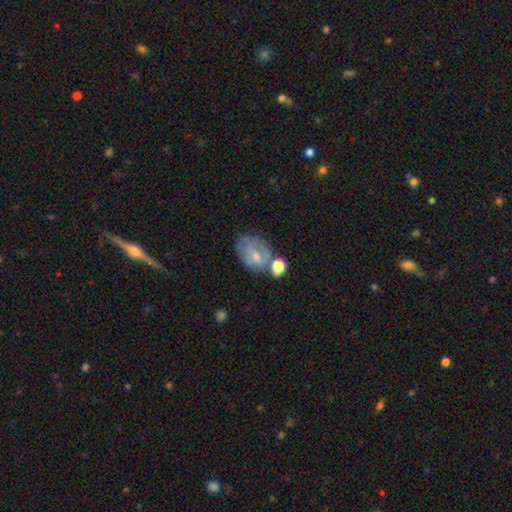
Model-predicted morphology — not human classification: This appears to be a smooth galaxy with no disk features (46%). Merging: none (38%).